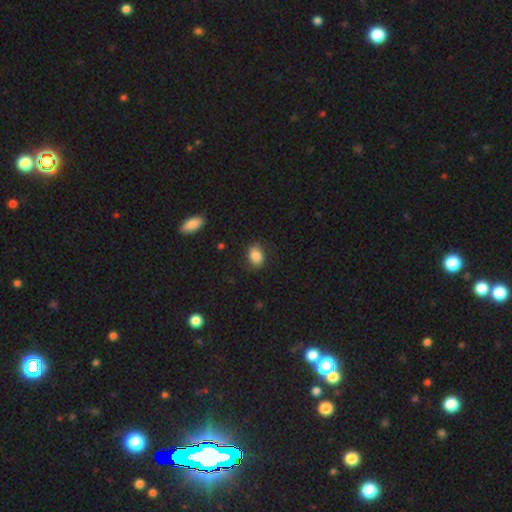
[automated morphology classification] This appears to be a smooth galaxy with no disk features (85%) that is in between round and cigar-shaped (69%). Merging: none (83%).